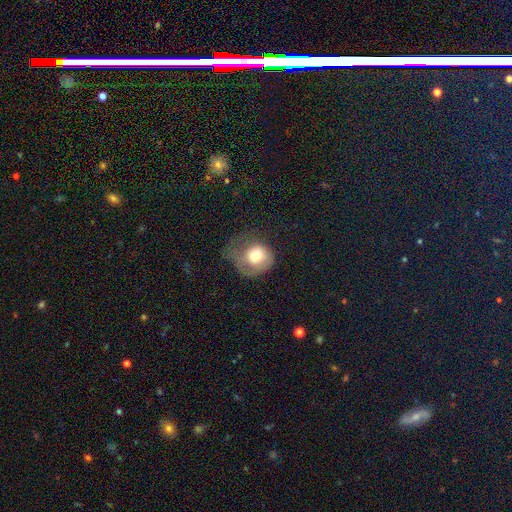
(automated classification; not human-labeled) This appears to be a smooth galaxy with no disk features (68%) that is round (75%). Merging: major disturbance (44%).